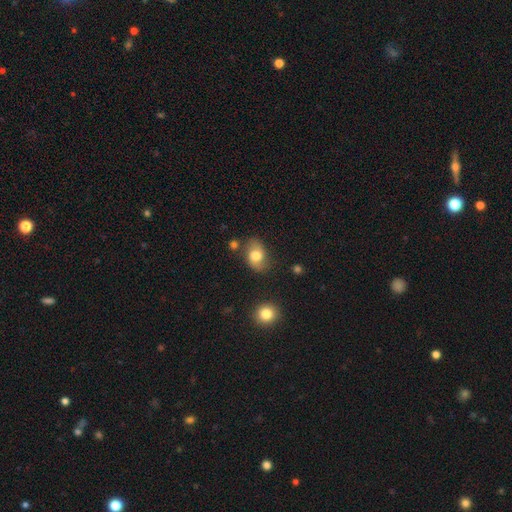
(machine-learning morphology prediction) A smooth galaxy with no disk features (71%) that is in between round and cigar-shaped (76%).

Vote fractions:
- Smooth or featured? smooth: 71% / featured or disk: 21% / star or artifact: 8%
- How rounded? in between: 76% / round: 22% / cigar-shaped: 1%
- Merging? none: 71% / minor disturbance: 19% / major disturbance: 5% / merger: 4%